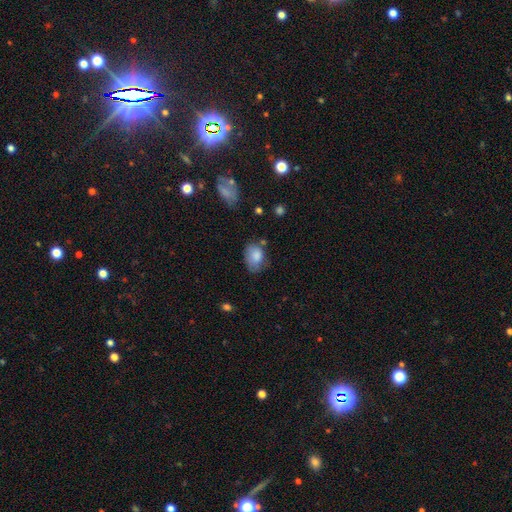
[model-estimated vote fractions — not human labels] The model was most divided on "merging": none: 47%, minor disturbance: 35%, major disturbance: 13%, merger: 5%. More confident: how rounded — in between (80%); smooth or featured — smooth (80%).